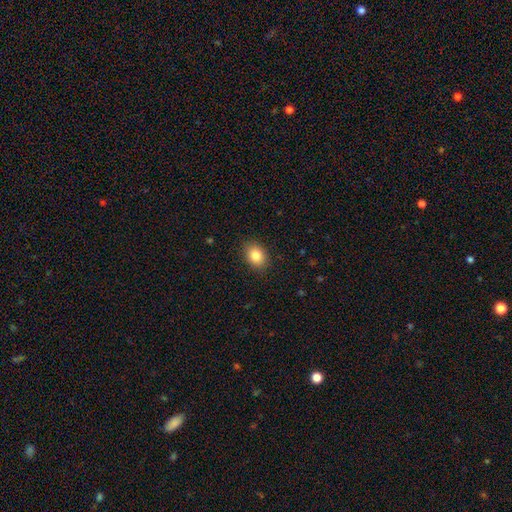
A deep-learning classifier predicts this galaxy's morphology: Smooth or featured? smooth (85%)
How rounded? in between (67%)
Merging? none (88%)